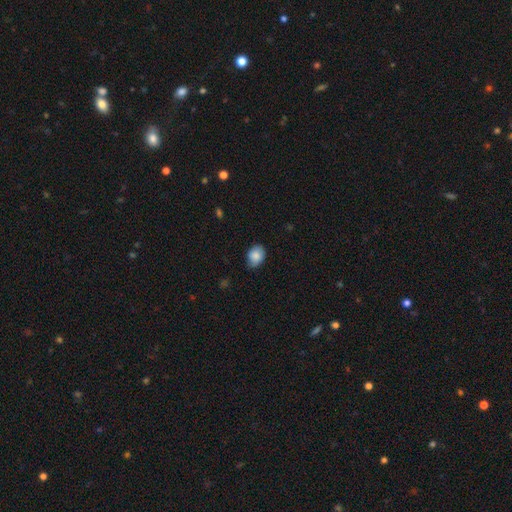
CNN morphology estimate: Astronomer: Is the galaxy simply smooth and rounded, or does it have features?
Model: smooth — 84%.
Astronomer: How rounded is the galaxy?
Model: in between — 57% (runner-up: round, 42%).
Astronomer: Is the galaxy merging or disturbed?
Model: none — 70%.